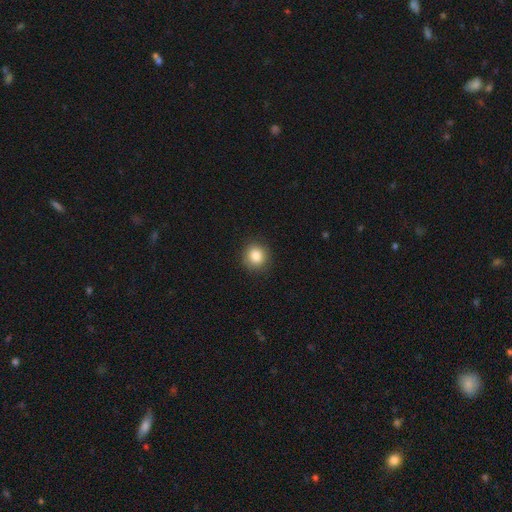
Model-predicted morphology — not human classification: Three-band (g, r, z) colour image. It shows a smooth galaxy with no disk features (85%) that is round (87%). Merging: none (89%).